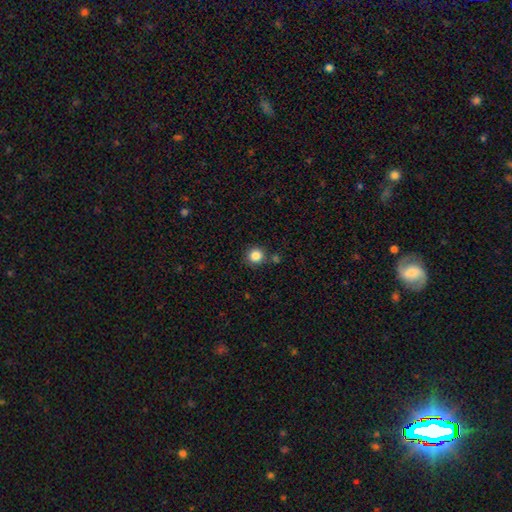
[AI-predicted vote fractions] Morphology: type=smooth (85%); roundness=round (93%); merging=none (83%).